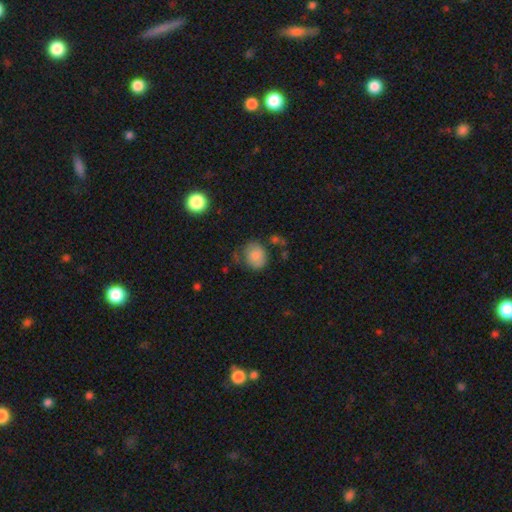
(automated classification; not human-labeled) smooth 80%, featured or disk 11%, star or artifact 9%. Down the decision tree: how rounded — round (60%); merging — none (54%).